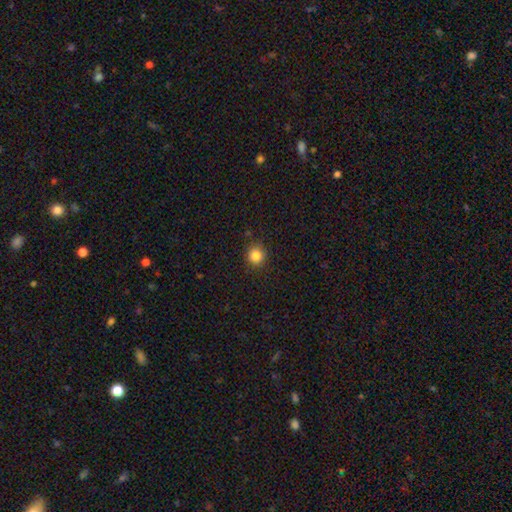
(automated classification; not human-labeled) The model was most divided on "smooth or featured": smooth: 84%, star or artifact: 11%, featured or disk: 5%. More confident: how rounded — round (91%); merging — none (88%).